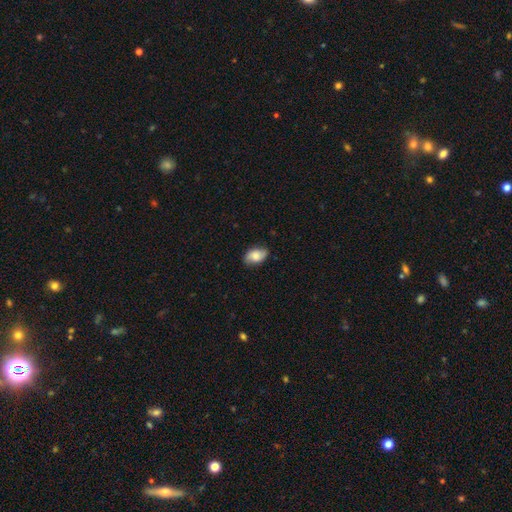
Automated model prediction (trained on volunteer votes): Overall: smooth (70%). How rounded: in between (90%). Merging: none (80%).